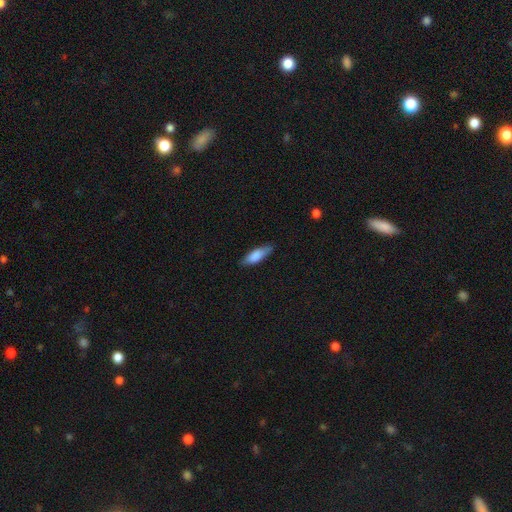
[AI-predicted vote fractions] A smooth galaxy with no disk features (81%) that is in between round and cigar-shaped (58%). Merging: none (80%).